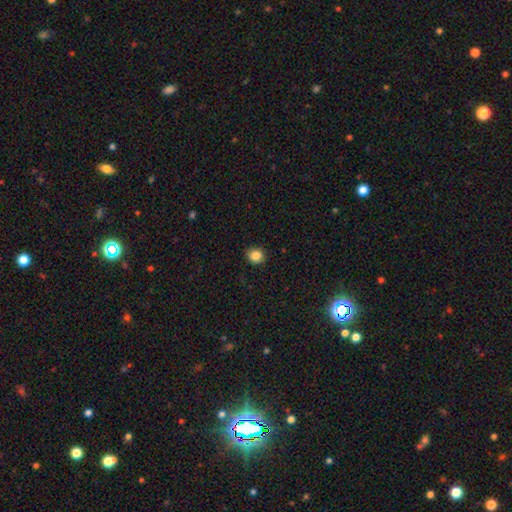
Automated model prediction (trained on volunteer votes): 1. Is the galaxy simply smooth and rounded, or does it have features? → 85% smooth, 11% star or artifact, 4% featured or disk.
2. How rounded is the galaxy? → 85% round, 15% in between, 1% cigar-shaped.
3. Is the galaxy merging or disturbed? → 91% none, 7% minor disturbance, 2% major disturbance, 1% merger.